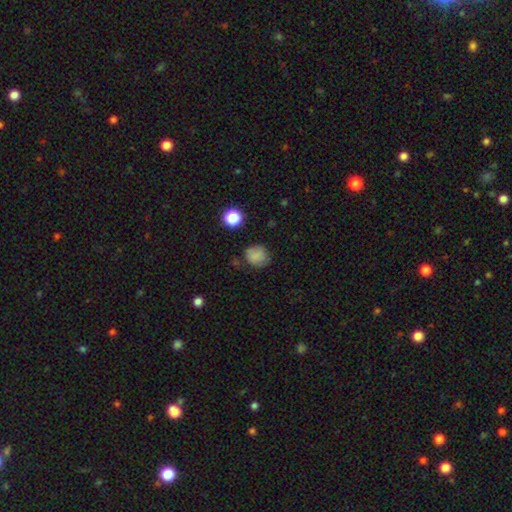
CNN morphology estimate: Q: Smooth or featured?
A: smooth (80%); runner-up: star or artifact (13%)
Q: How rounded?
A: round (77%); runner-up: in between (22%)
Q: Merging?
A: none (75%); runner-up: minor disturbance (18%)